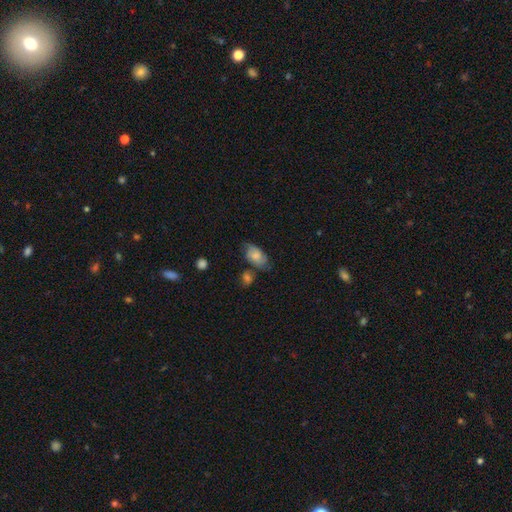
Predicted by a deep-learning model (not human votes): A smooth galaxy with no disk features (51%) that is in between round and cigar-shaped (89%).

Vote fractions:
- Smooth or featured? smooth: 51% / featured or disk: 41% / star or artifact: 8%
- How rounded? in between: 89% / round: 8% / cigar-shaped: 3%
- Merging? none: 56% / minor disturbance: 26% / major disturbance: 9% / merger: 9%